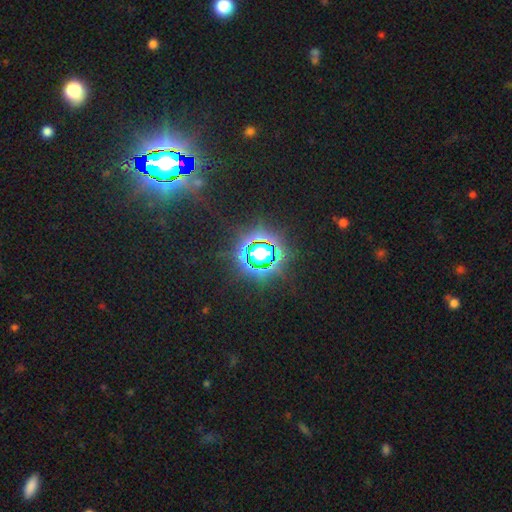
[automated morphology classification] Q: Smooth or featured?
A: star or artifact (83%); runner-up: smooth (11%)